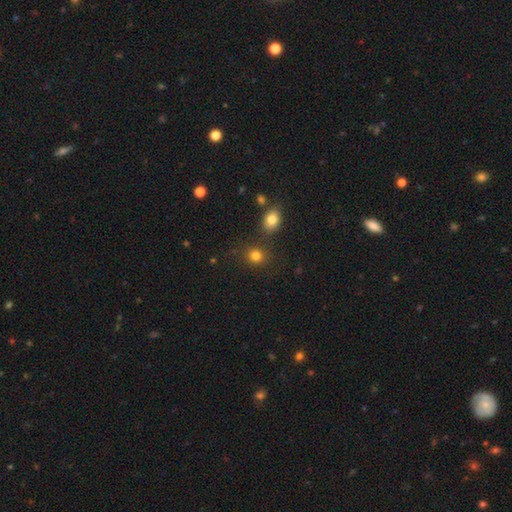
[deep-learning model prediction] Smooth or featured? Predicted: smooth (p=0.81). How rounded? Predicted: round (p=0.79). Merging? Predicted: none (p=0.79).